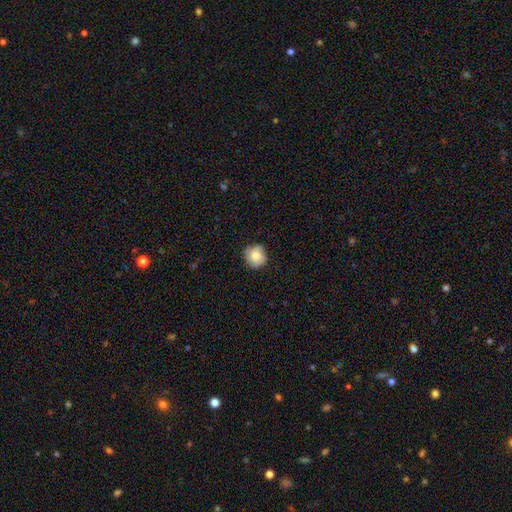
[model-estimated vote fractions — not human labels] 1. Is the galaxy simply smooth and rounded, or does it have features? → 79% smooth, 13% featured or disk, 8% star or artifact.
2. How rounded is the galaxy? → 89% round, 10% in between, 1% cigar-shaped.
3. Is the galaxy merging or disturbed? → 75% none, 20% minor disturbance, 4% major disturbance, 1% merger.